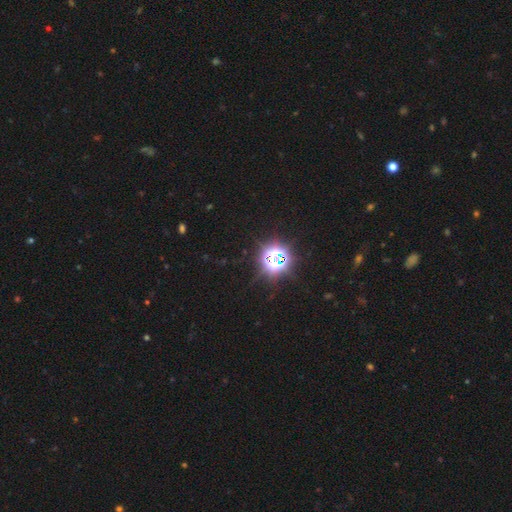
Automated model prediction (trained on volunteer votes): This is likely a star or artifact rather than a galaxy (78%).